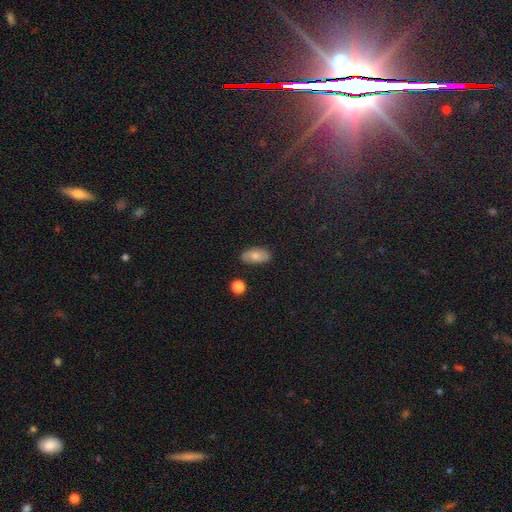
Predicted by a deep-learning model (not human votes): smooth_or_featured: smooth (p=0.71) [alt: featured or disk p=0.19]
how_rounded: in between (p=0.92) [alt: round p=0.05]
merging: none (p=0.84) [alt: minor disturbance p=0.12]